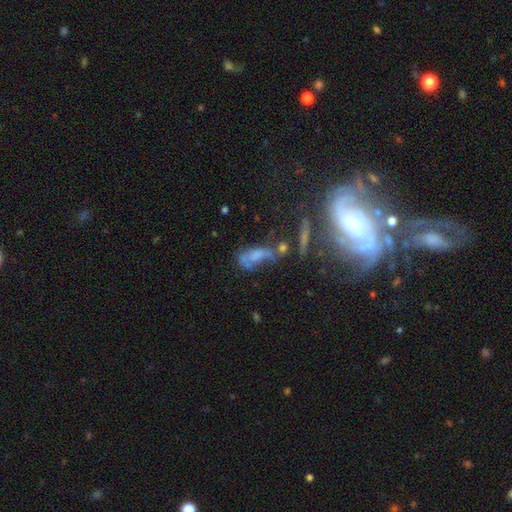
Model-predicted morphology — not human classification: A featured or disk galaxy (40%). Merging: major disturbance (29%).